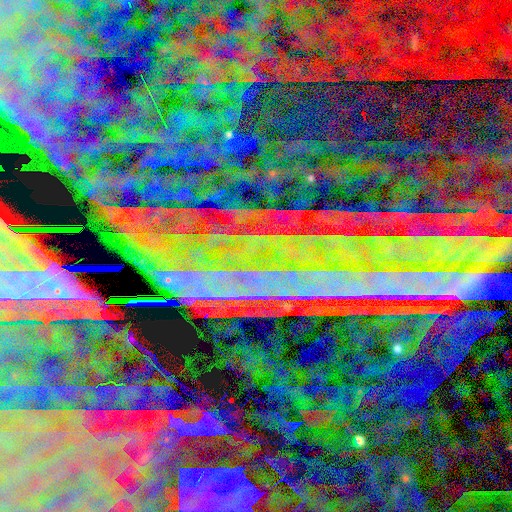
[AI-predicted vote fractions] star or artifact 89%, featured or disk 6%, smooth 5%.